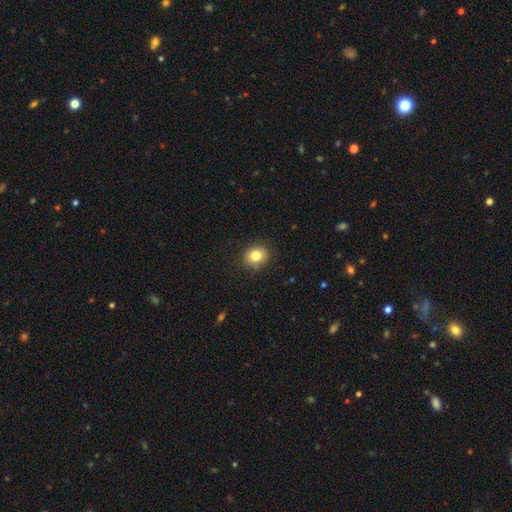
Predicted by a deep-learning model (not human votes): A smooth galaxy with no disk features (81%) that is round (72%). Merging: none (87%).